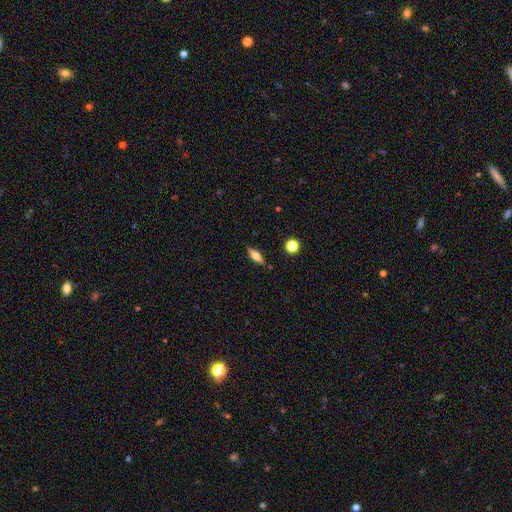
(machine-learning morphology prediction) Smooth or featured? Predicted: smooth (p=0.51). How rounded? Predicted: in between (p=0.53). Merging? Predicted: none (p=0.85).